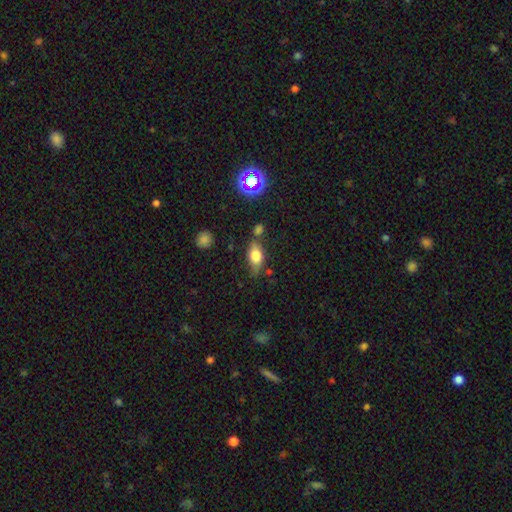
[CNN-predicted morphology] Q: Smooth or featured?
A: smooth (69%); runner-up: featured or disk (20%)
Q: How rounded?
A: in between (81%); runner-up: round (10%)
Q: Merging?
A: none (63%); runner-up: minor disturbance (22%)